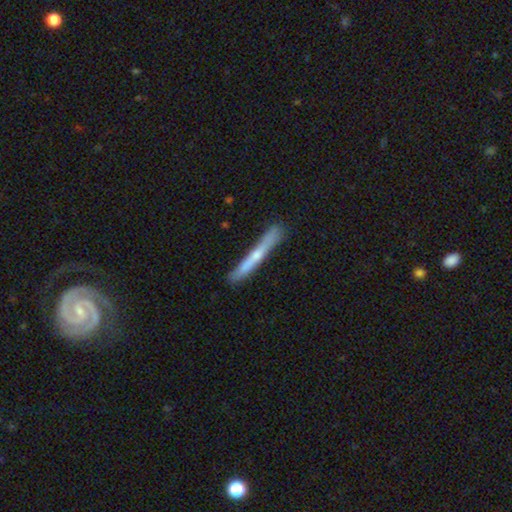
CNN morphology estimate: Smooth or featured: smooth — 49% (featured or disk — 45%)
Merging: none — 85% (minor disturbance — 12%)